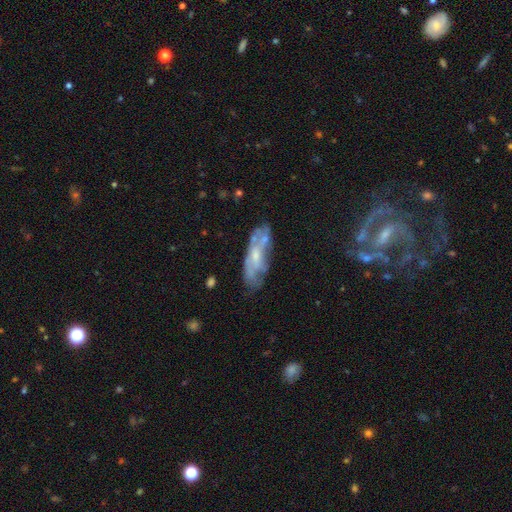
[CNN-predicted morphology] smooth_or_featured: featured or disk (p=0.63) [alt: smooth p=0.29]
disk_edge_on: no (p=0.80) [alt: yes p=0.20]
bar: no (p=0.69) [alt: weak p=0.25]
has_spiral_arms: no (p=0.51) [alt: yes p=0.49]
bulge_size: small (p=0.50) [alt: moderate p=0.37]
merging: none (p=0.57) [alt: minor disturbance p=0.24]